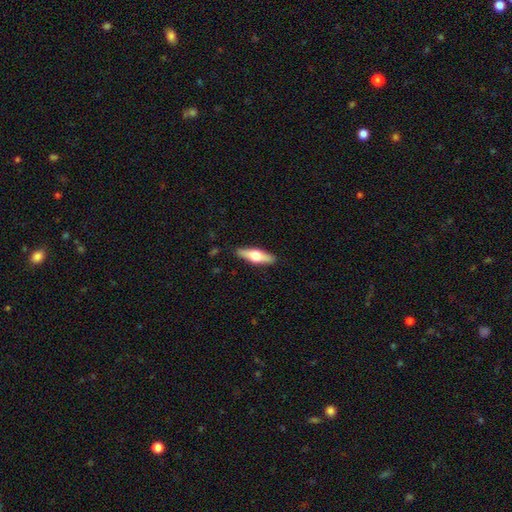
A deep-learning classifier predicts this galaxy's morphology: Smooth or featured?
  - smooth: 49% *
  - featured or disk: 46%
  - star or artifact: 5%
Merging?
  - none: 89% *
  - minor disturbance: 8%
  - major disturbance: 2%
  - merger: 1%